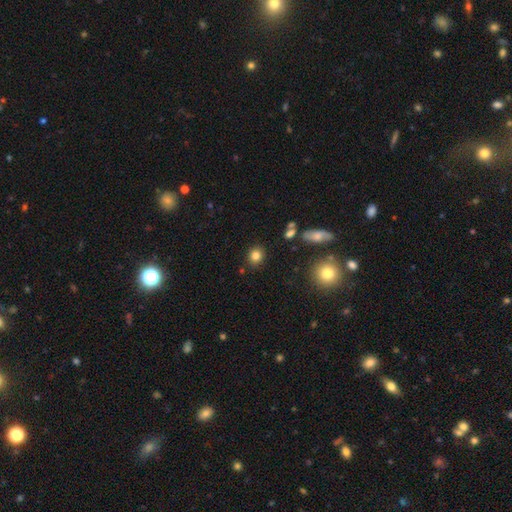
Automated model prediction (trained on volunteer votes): smooth_or_featured: smooth (p=0.82) [alt: star or artifact p=0.11]
how_rounded: round (p=0.75) [alt: in between p=0.24]
merging: none (p=0.86) [alt: minor disturbance p=0.09]